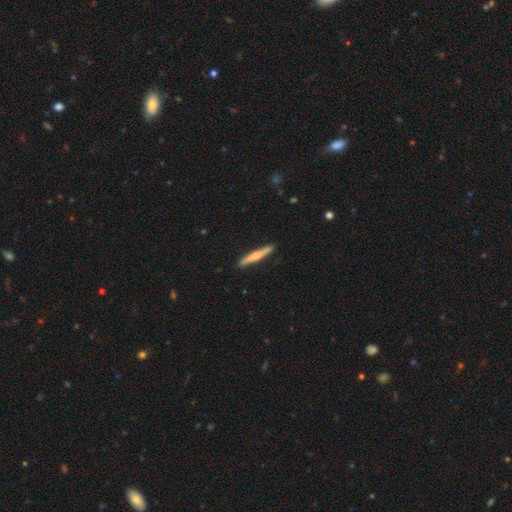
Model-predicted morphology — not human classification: Q: Smooth or featured?
A: smooth (53%); runner-up: featured or disk (42%)
Q: How rounded?
A: cigar-shaped (95%); runner-up: in between (4%)
Q: Merging?
A: none (91%); runner-up: minor disturbance (7%)